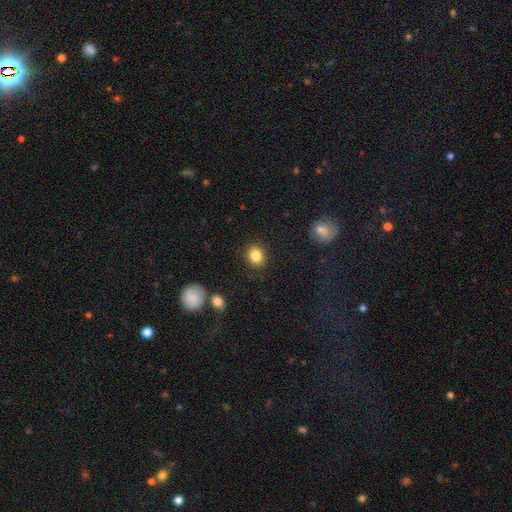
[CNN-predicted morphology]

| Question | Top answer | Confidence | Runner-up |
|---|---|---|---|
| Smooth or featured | smooth | 85% | star or artifact (10%) |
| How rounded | round | 68% | in between (31%) |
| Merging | none | 89% | minor disturbance (7%) |